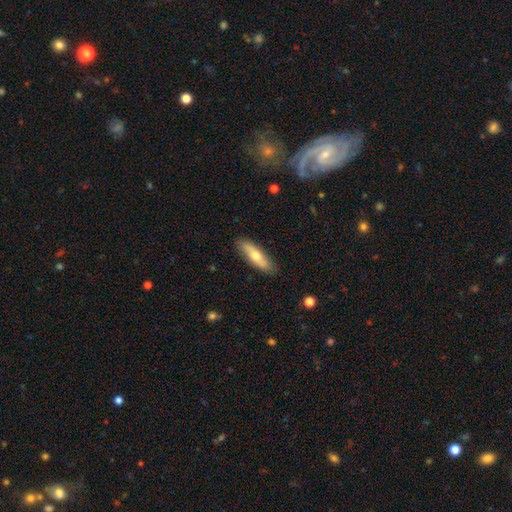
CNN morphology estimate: Smooth or featured? Predicted: smooth (p=0.60). How rounded? Predicted: cigar-shaped (p=0.54). Merging? Predicted: none (p=0.85).